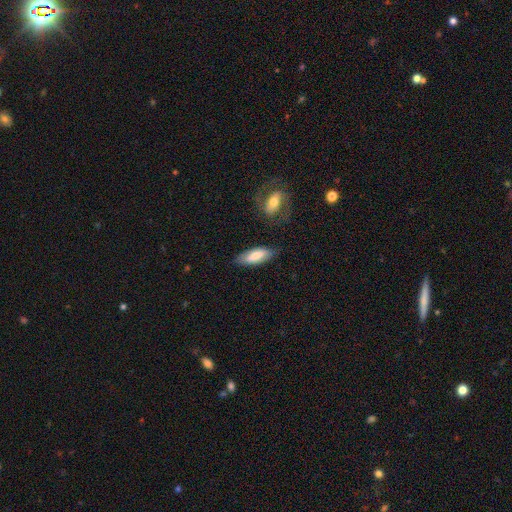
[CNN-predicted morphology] The model was most divided on "how rounded": in between: 69%, cigar-shaped: 29%, round: 2%. More confident: merging — none (76%); smooth or featured — smooth (74%).